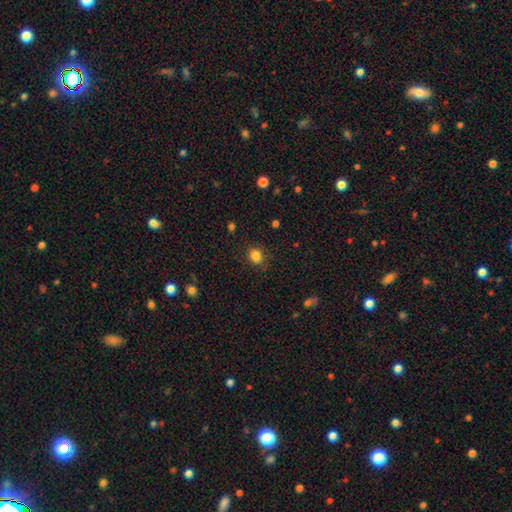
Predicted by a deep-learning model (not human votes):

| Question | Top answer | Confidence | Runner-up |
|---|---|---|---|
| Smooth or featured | smooth | 84% | star or artifact (11%) |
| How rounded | round | 57% | in between (42%) |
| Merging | none | 84% | minor disturbance (11%) |